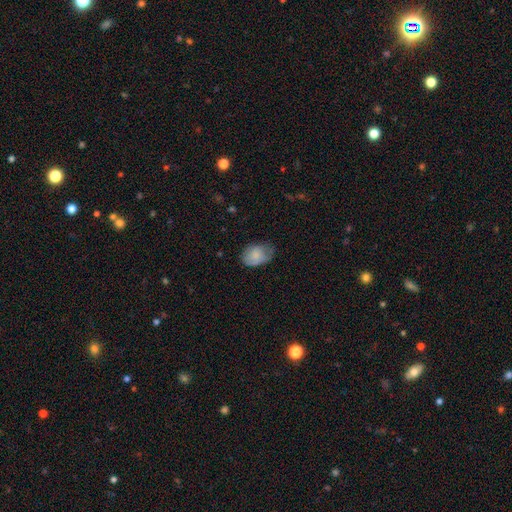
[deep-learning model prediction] This appears to be a smooth galaxy with no disk features (79%) that is in between round and cigar-shaped (80%). Merging: none (51%).